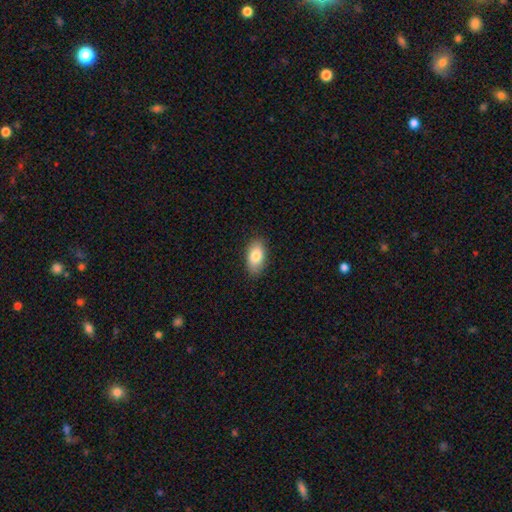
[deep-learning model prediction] Morphology: type=smooth (83%); roundness=in between (92%); merging=none (85%).